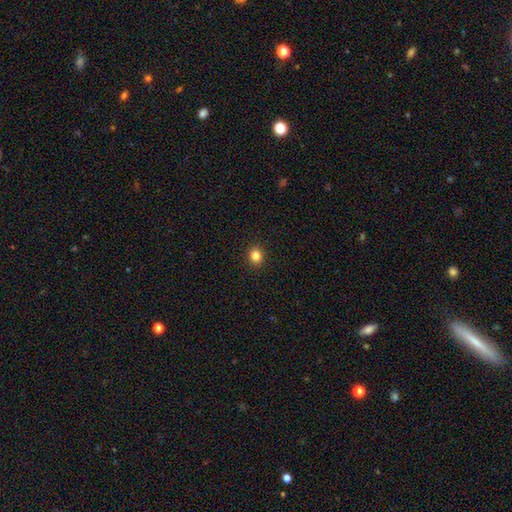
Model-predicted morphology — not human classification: Q: Smooth or featured?
A: smooth (83%); runner-up: star or artifact (12%)
Q: How rounded?
A: round (79%); runner-up: in between (21%)
Q: Merging?
A: none (92%); runner-up: minor disturbance (5%)